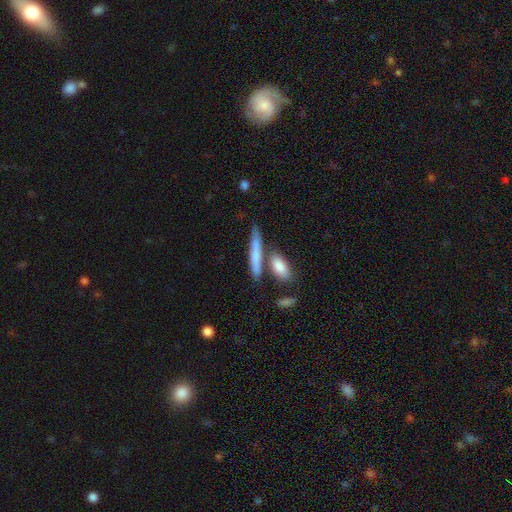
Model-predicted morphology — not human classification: smooth-or-featured: smooth: 69% | featured or disk: 25% | star or artifact: 6%
  how-rounded: cigar-shaped: 79% | in between: 17% | round: 3%
  merging: none: 62% | merger: 19% | minor disturbance: 14% | major disturbance: 4%